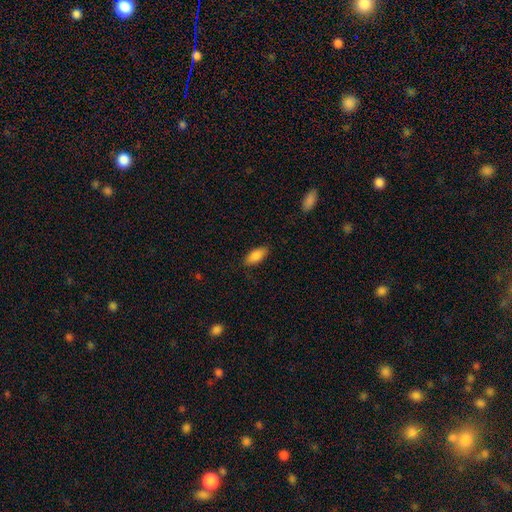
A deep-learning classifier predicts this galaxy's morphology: type=smooth (87%); roundness=in between (86%); merging=none (85%).